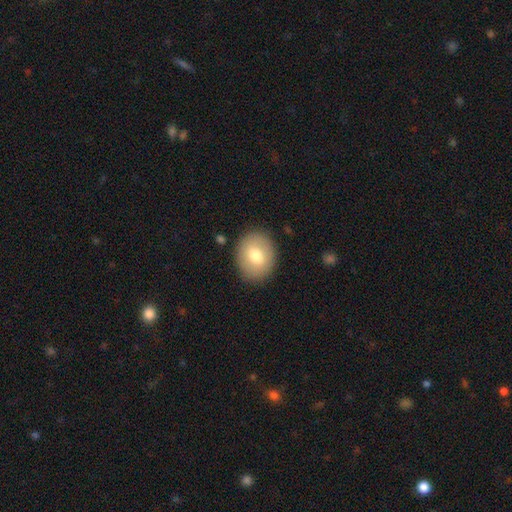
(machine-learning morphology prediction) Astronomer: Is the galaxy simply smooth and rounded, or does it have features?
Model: smooth — 74%.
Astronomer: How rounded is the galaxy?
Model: round — 54% (runner-up: in between, 45%).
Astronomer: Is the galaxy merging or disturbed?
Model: none — 87%.